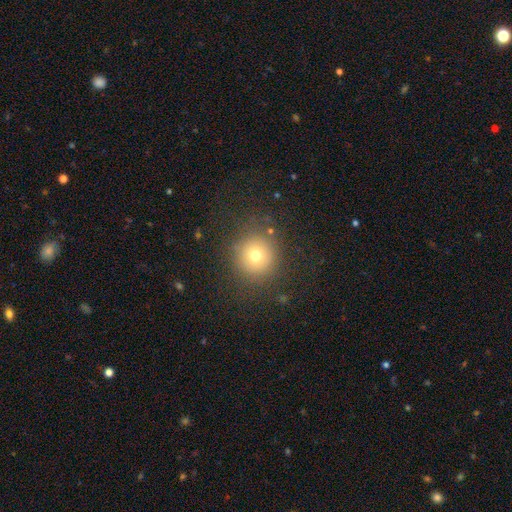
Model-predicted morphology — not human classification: smooth_or_featured: smooth (p=0.70) [alt: star or artifact p=0.17]
how_rounded: round (p=0.93) [alt: in between p=0.06]
merging: none (p=0.84) [alt: minor disturbance p=0.09]